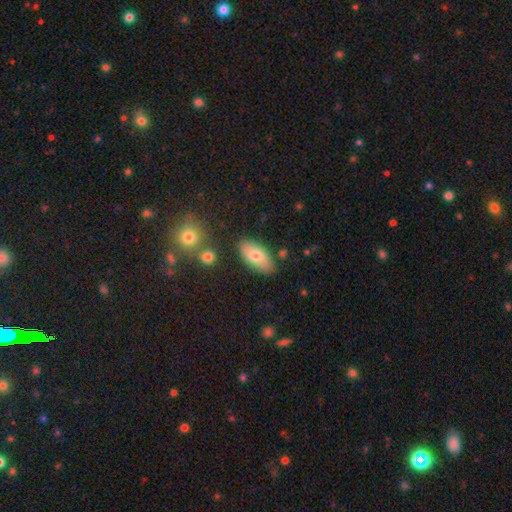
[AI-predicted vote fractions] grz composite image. It shows a smooth galaxy with no disk features (72%) that is in between round and cigar-shaped (93%). Merging: none (81%).